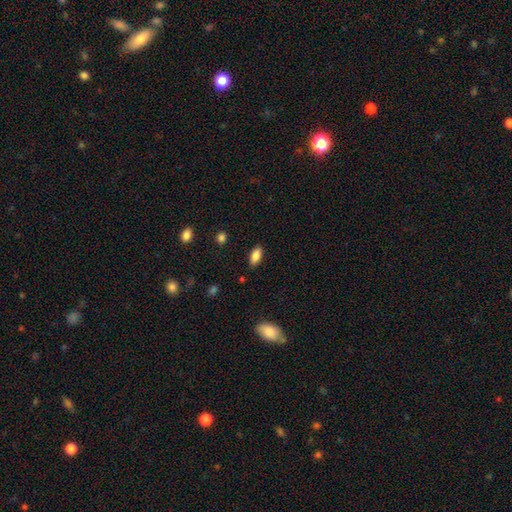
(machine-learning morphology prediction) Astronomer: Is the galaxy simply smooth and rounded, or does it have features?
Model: smooth — 85%.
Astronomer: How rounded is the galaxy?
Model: in between — 87%.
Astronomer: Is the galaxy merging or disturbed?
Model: none — 86%.